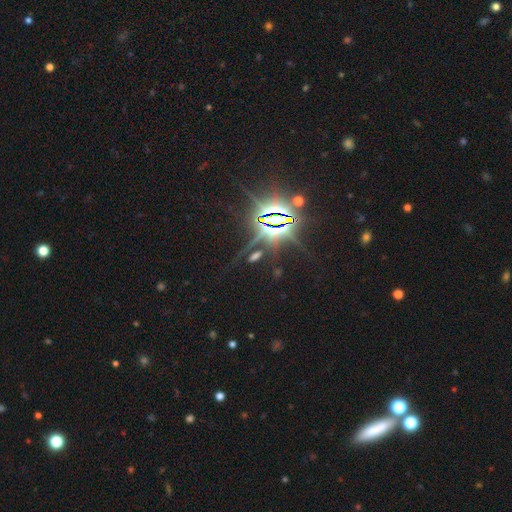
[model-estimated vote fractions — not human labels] A star or artifact, not a galaxy (66%).

Vote fractions:
- Smooth or featured? star or artifact: 66% / smooth: 18% / featured or disk: 16%